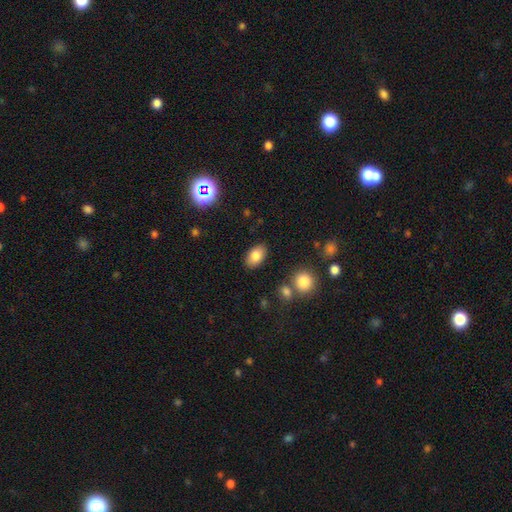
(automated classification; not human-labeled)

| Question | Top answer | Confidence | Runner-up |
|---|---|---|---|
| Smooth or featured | smooth | 83% | featured or disk (9%) |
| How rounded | in between | 90% | round (8%) |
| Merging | none | 86% | minor disturbance (9%) |